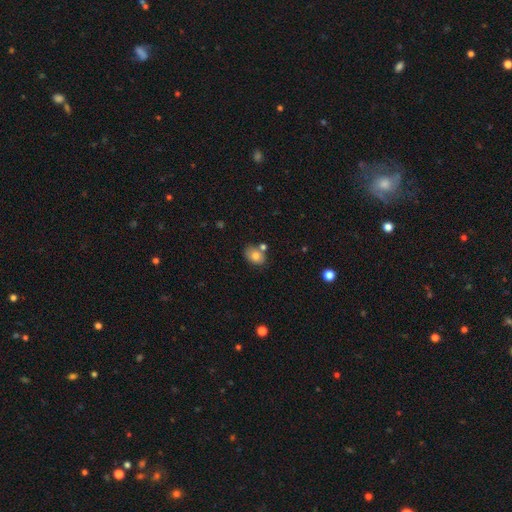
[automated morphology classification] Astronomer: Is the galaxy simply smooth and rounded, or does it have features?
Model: smooth — 78%.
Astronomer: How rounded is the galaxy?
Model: in between — 67%.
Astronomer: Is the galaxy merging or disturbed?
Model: none — 65%.